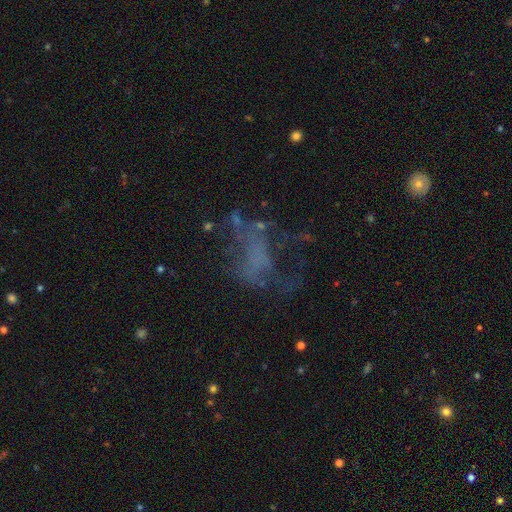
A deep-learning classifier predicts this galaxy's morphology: This is possibly a featured or disk galaxy (47%). Merging: marginally major disturbance (41%).